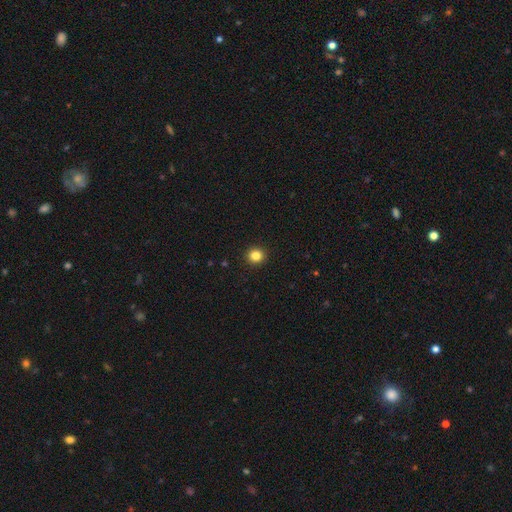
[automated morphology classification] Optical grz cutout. It shows a smooth galaxy with no disk features (84%) that is round (90%). Merging: none (93%).